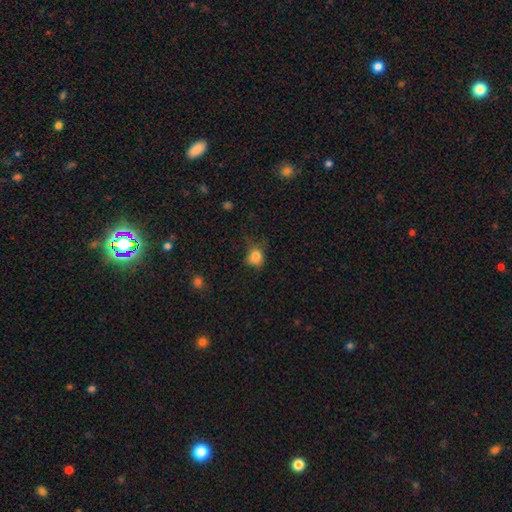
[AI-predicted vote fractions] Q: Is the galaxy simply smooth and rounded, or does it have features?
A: smooth — 80%.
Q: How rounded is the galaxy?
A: round — 71%.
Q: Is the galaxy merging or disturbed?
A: none — 57%.